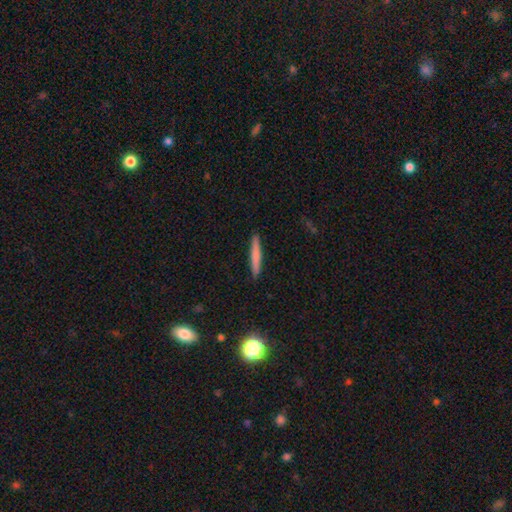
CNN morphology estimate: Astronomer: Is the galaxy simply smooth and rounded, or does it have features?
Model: smooth — 73%.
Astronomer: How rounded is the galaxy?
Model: cigar-shaped — 95%.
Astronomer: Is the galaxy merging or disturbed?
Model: none — 92%.